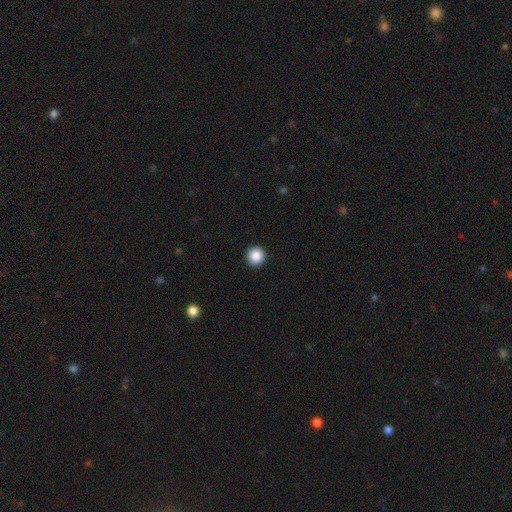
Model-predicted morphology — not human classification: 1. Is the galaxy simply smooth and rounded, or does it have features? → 88% smooth, 9% star or artifact, 3% featured or disk.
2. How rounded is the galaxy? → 96% round, 3% in between, 1% cigar-shaped.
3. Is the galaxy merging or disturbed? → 93% none, 4% minor disturbance, 1% major disturbance, 1% merger.